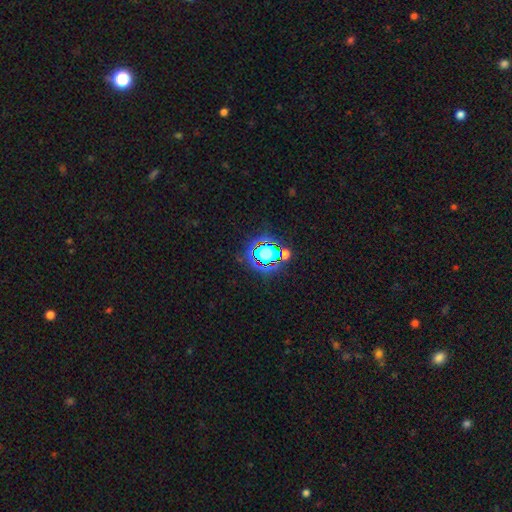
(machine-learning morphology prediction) Smooth or featured? Predicted: star or artifact (p=0.79).